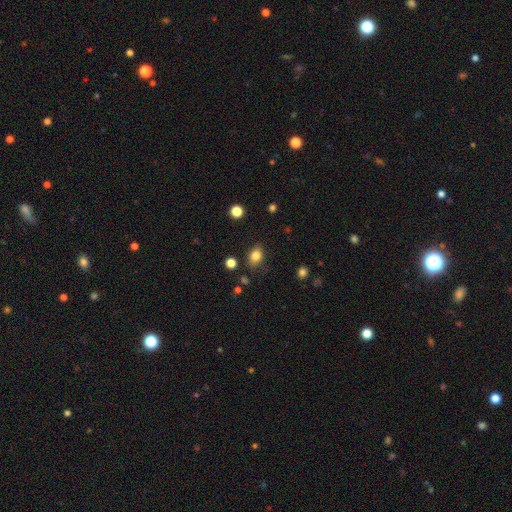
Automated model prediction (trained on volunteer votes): This is clearly a smooth galaxy (82%). How rounded: likely in between (60%). Merging: likely none (78%).